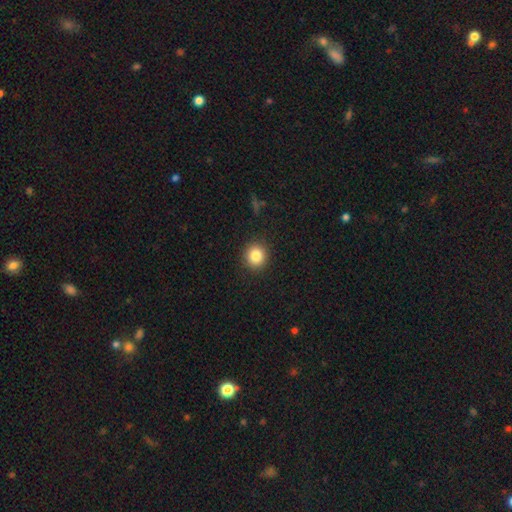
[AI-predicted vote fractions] A smooth galaxy with no disk features (84%) that is round (86%).

Vote fractions:
- Smooth or featured? smooth: 84% / star or artifact: 10% / featured or disk: 6%
- How rounded? round: 86% / in between: 13% / cigar-shaped: 1%
- Merging? none: 91% / minor disturbance: 6% / major disturbance: 2% / merger: 1%